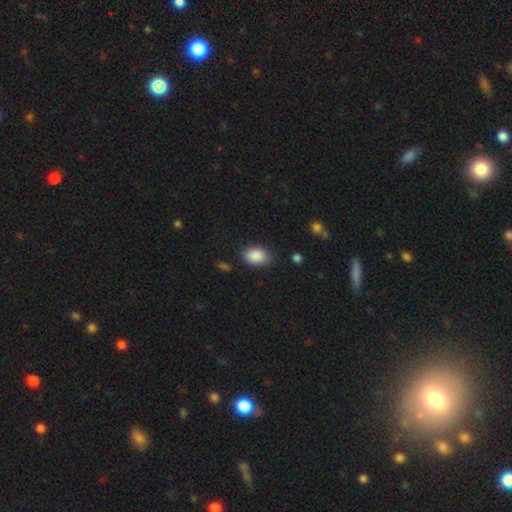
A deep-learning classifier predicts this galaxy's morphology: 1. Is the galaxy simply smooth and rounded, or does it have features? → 89% smooth, 7% star or artifact, 4% featured or disk.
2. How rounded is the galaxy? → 84% in between, 14% round, 1% cigar-shaped.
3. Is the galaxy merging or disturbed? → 83% none, 12% minor disturbance, 3% major disturbance, 2% merger.